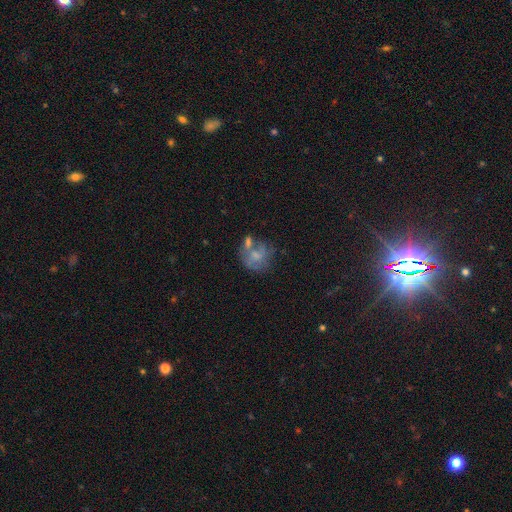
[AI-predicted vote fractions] Smooth or featured: smooth — 46% (featured or disk — 43%)
Merging: none — 33% (merger — 28%)